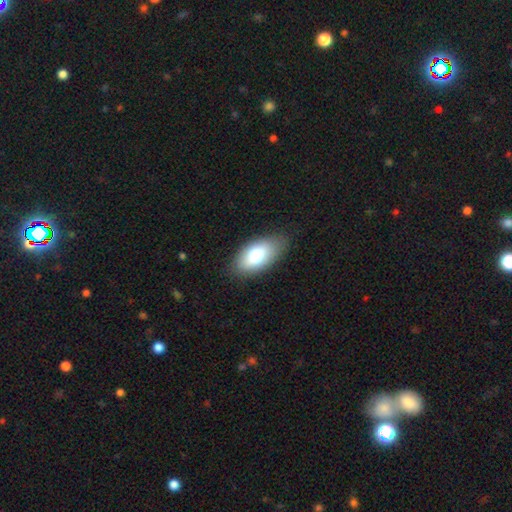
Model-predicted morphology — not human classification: The model was most divided on "merging": none: 77%, minor disturbance: 17%, major disturbance: 4%, merger: 1%. More confident: how rounded — in between (93%); smooth or featured — smooth (80%).